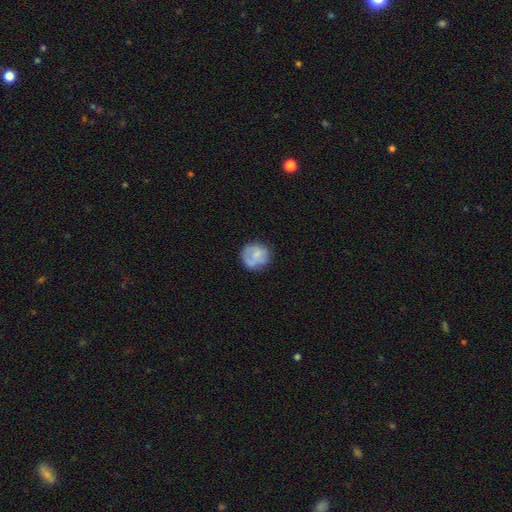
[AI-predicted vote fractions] smooth-or-featured: smooth: 62% | featured or disk: 30% | star or artifact: 7%
  how-rounded: round: 86% | in between: 13% | cigar-shaped: 1%
  merging: none: 65% | minor disturbance: 23% | major disturbance: 9% | merger: 3%